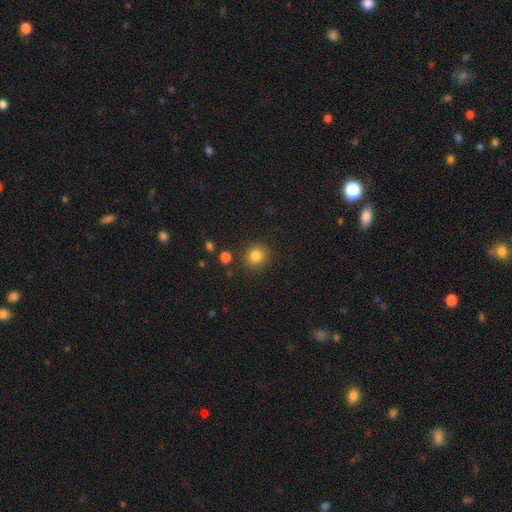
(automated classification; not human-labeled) Smooth or featured? Predicted: smooth (p=0.83). How rounded? Predicted: round (p=0.83). Merging? Predicted: none (p=0.87).